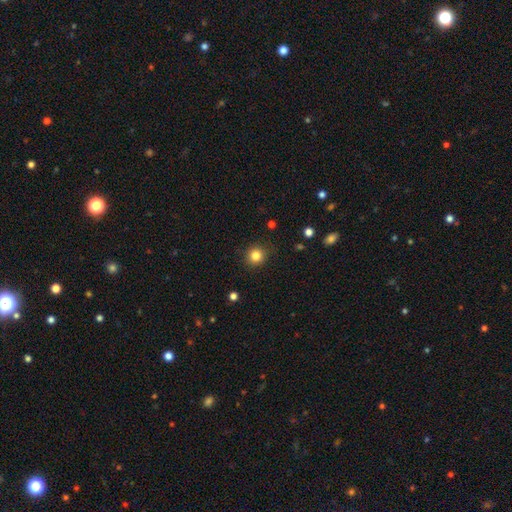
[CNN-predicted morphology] This is clearly a smooth galaxy (83%). How rounded: clearly round (91%). Merging: clearly none (89%).